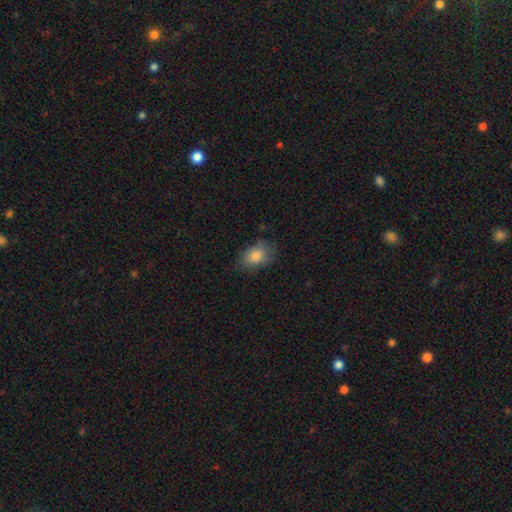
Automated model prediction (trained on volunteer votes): smooth-or-featured: smooth: 82% | featured or disk: 10% | star or artifact: 8%
  how-rounded: in between: 84% | round: 14% | cigar-shaped: 2%
  merging: none: 70% | minor disturbance: 23% | major disturbance: 6% | merger: 1%